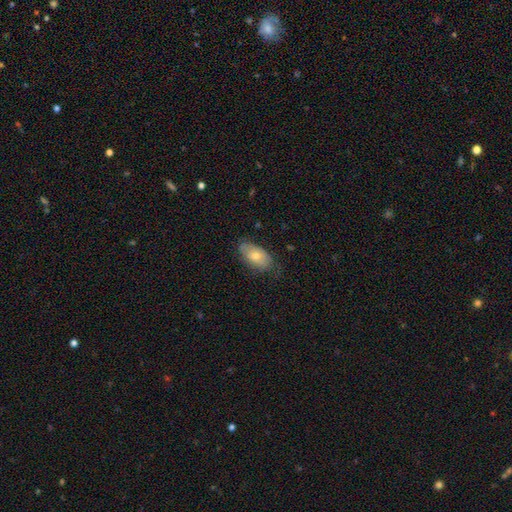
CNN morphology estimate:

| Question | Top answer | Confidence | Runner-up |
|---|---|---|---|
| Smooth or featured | smooth | 62% | featured or disk (31%) |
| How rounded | in between | 91% | round (5%) |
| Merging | none | 68% | minor disturbance (25%) |